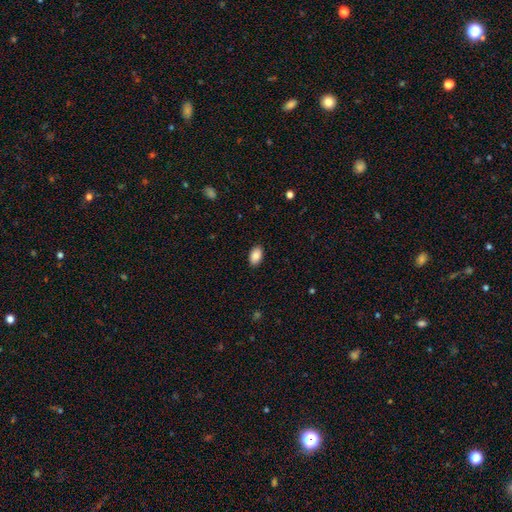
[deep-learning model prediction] The model was most divided on "smooth or featured": smooth: 88%, star or artifact: 7%, featured or disk: 5%. More confident: how rounded — in between (91%); merging — none (89%).